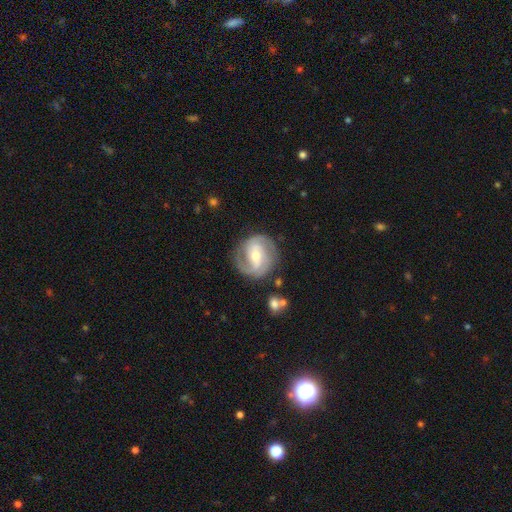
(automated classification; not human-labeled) Smooth or featured? Predicted: featured or disk (p=0.85). Edge-on disk? Predicted: no (p=0.98). Bar? Predicted: weak (p=0.46). Spiral arms? Predicted: yes (p=0.96). Spiral winding? Predicted: medium (p=0.45). Spiral arm count? Predicted: 2 (p=0.66). Bulge size? Predicted: moderate (p=0.58). Merging? Predicted: none (p=0.80).